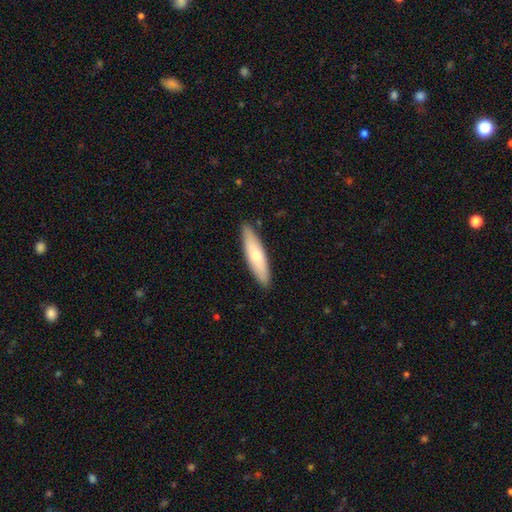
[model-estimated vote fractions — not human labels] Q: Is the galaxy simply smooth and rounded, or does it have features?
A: smooth — 64%.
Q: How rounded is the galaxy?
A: cigar-shaped — 67%.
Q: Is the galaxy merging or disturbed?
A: none — 89%.